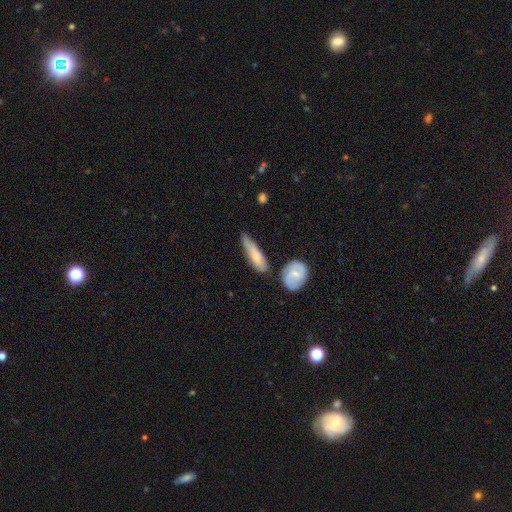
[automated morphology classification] Overall: smooth (64%; featured or disk 31%). How rounded: cigar-shaped (66%; in between 31%). Merging: none (43%; minor disturbance 35%).